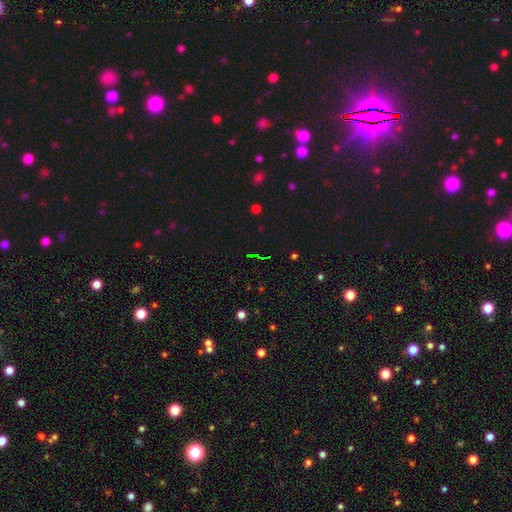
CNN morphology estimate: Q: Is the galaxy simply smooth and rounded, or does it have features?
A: star or artifact — 71%.